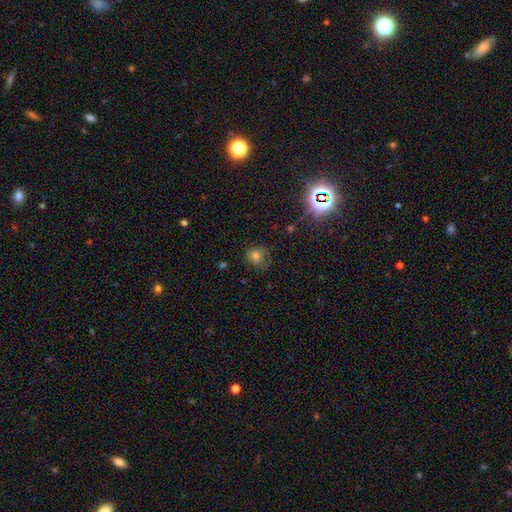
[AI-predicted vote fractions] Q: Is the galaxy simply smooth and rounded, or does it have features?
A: smooth — 68%.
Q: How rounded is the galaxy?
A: round — 79%.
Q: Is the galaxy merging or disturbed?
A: none — 66%.